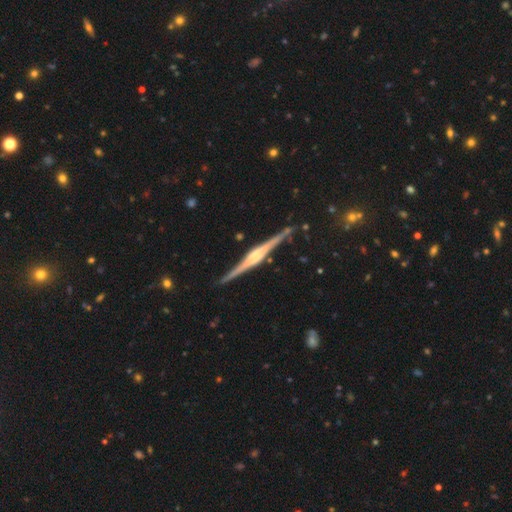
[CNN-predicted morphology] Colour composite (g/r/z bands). It shows a featured or disk galaxy (87%) viewed edge-on (98%) with a rounded central bulge (62%). Merging: none (88%).